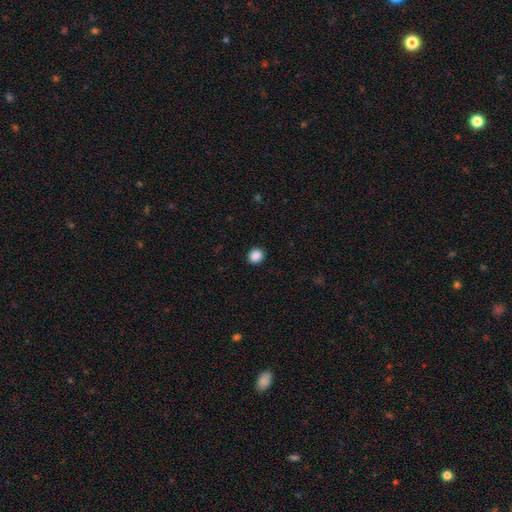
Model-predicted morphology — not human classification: This is clearly a smooth galaxy (88%). How rounded: clearly round (86%). Merging: clearly none (92%).